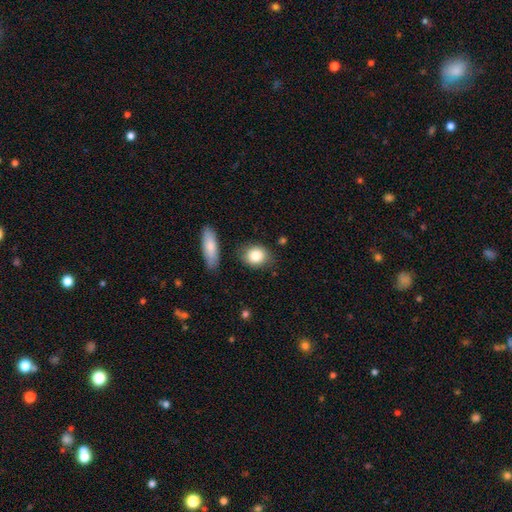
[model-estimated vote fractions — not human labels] The model was most divided on "how rounded": round: 53%, in between: 45%, cigar-shaped: 2%. More confident: smooth or featured — smooth (84%); merging — none (76%).